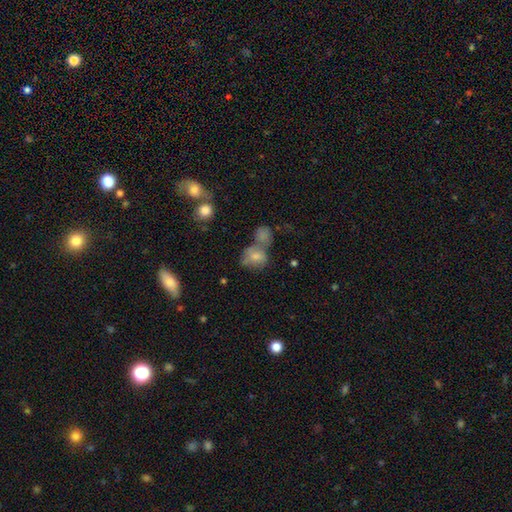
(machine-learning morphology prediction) A smooth galaxy with no disk features (69%) that is in between round and cigar-shaped (51%). Merging: merger (50%).